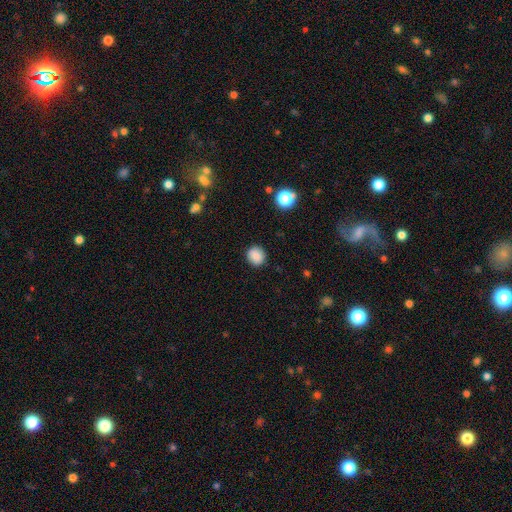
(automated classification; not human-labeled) Smooth or featured: smooth — 86% (star or artifact — 10%)
How rounded: round — 87% (in between — 12%)
Merging: none — 90% (minor disturbance — 7%)